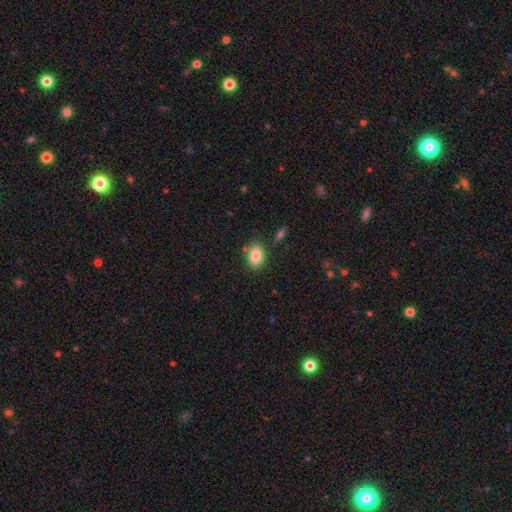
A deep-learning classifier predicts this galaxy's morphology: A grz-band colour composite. It shows a smooth galaxy with no disk features (86%) that is in between round and cigar-shaped (82%). Merging: none (81%).